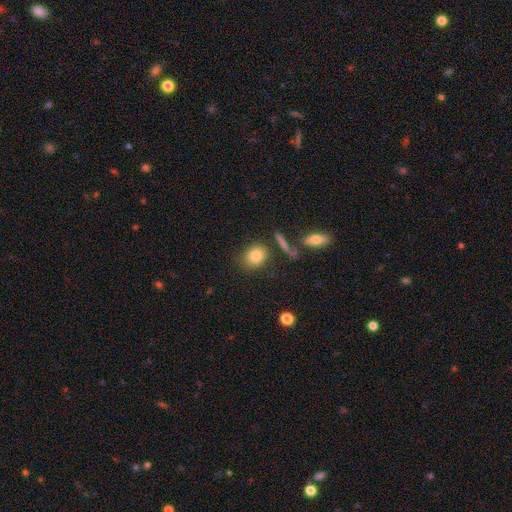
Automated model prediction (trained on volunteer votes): This is clearly a smooth galaxy (82%). How rounded: possibly round (55%). Merging: likely none (75%).